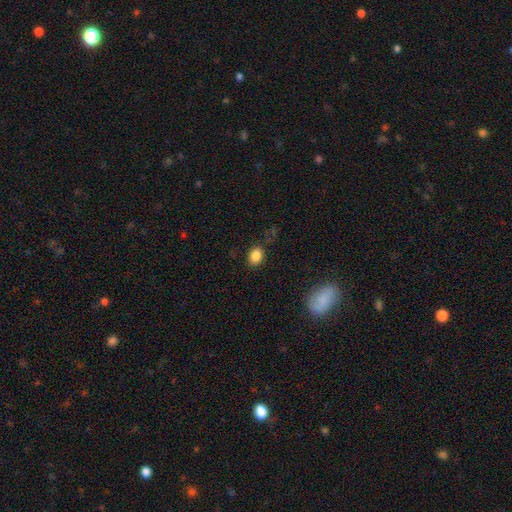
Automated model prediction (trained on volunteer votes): Q: Smooth or featured?
A: smooth (85%); runner-up: star or artifact (11%)
Q: How rounded?
A: in between (66%); runner-up: round (32%)
Q: Merging?
A: none (81%); runner-up: minor disturbance (13%)